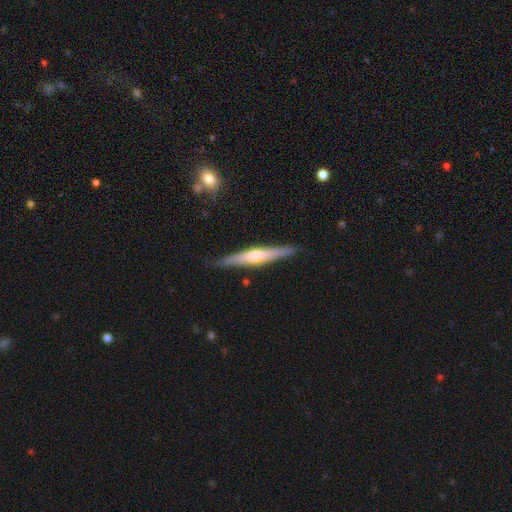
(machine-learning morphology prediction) A featured or disk galaxy (65%) viewed edge-on (96%) with a rounded central bulge (82%).

Vote fractions:
- Smooth or featured? featured or disk: 65% / smooth: 29% / star or artifact: 5%
- Edge-on disk? yes: 96% / no: 4%
- Edge-on bulge? rounded: 82% / none: 10% / boxy: 8%
- Merging? none: 87% / minor disturbance: 10% / major disturbance: 2% / merger: 1%